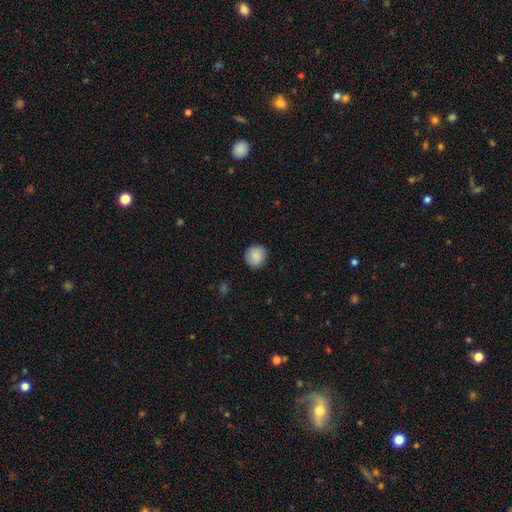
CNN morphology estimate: A smooth galaxy with no disk features (86%) that is round (90%).

Vote fractions:
- Smooth or featured? smooth: 86% / star or artifact: 7% / featured or disk: 7%
- How rounded? round: 90% / in between: 9% / cigar-shaped: 1%
- Merging? none: 88% / minor disturbance: 8% / major disturbance: 2% / merger: 1%